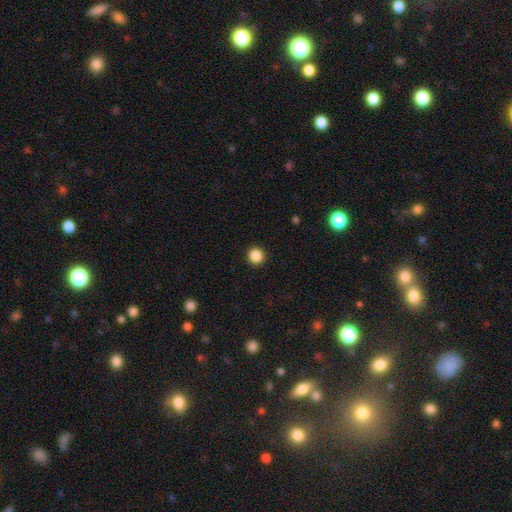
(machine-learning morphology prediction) A smooth galaxy with no disk features (87%) that is round (96%).

Vote fractions:
- Smooth or featured? smooth: 87% / star or artifact: 10% / featured or disk: 3%
- How rounded? round: 96% / in between: 3% / cigar-shaped: 1%
- Merging? none: 93% / minor disturbance: 4% / major disturbance: 2% / merger: 1%